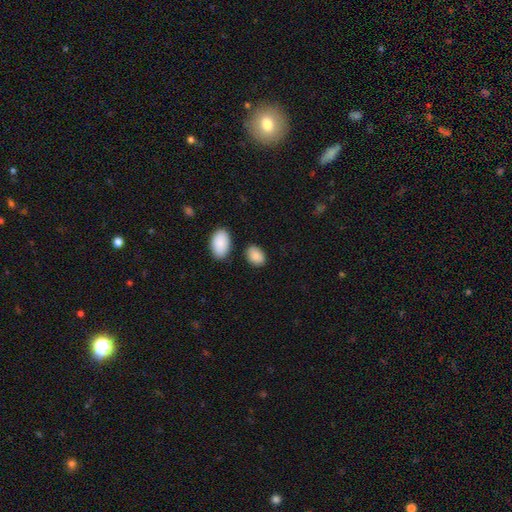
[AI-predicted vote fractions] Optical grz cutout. It shows a smooth galaxy with no disk features (88%) that is in between round and cigar-shaped (87%). Merging: none (78%).